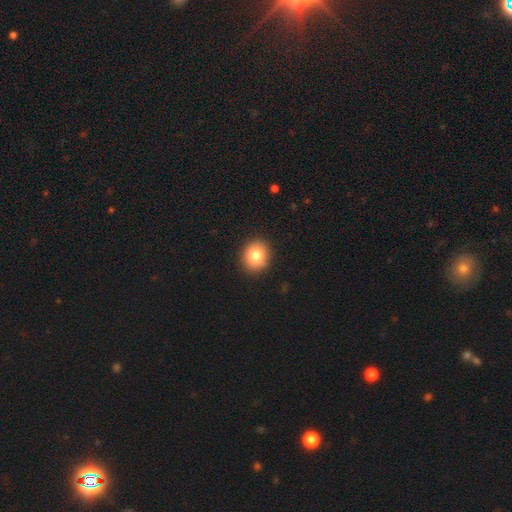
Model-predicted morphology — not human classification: The model was most divided on "how rounded": round: 75%, in between: 24%, cigar-shaped: 1%. More confident: merging — none (91%); smooth or featured — smooth (80%).